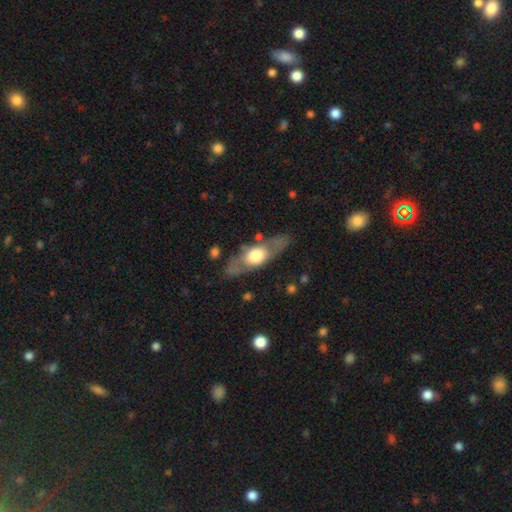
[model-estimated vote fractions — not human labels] This is possibly a featured or disk galaxy (51%). It is possibly viewed edge-on (52%). Merging: likely none (77%).